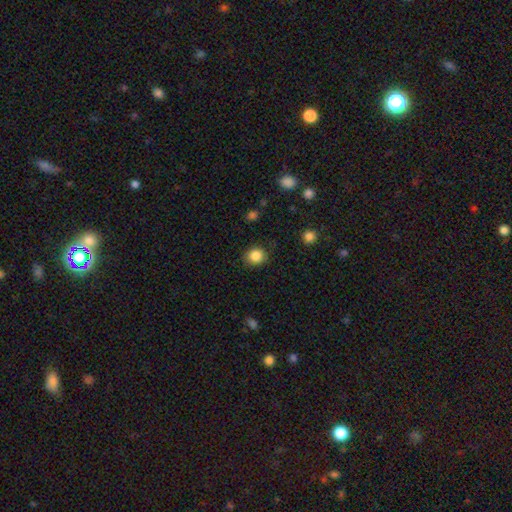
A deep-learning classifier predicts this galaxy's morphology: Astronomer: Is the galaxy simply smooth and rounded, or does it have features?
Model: smooth — 86%.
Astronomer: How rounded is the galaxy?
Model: round — 79%.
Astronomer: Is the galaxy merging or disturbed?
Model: none — 87%.